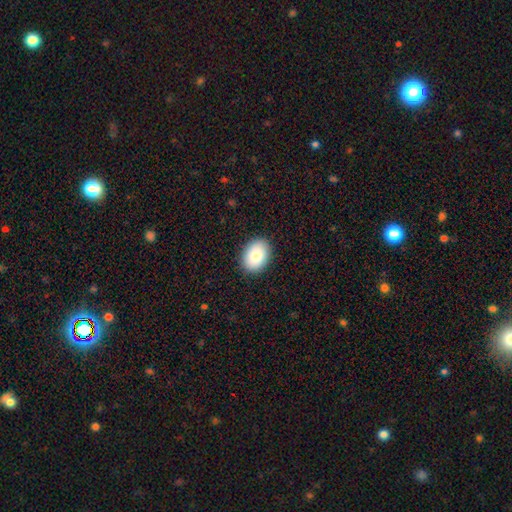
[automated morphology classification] Smooth or featured: smooth — 84% (featured or disk — 8%)
How rounded: in between — 75% (round — 24%)
Merging: none — 89% (minor disturbance — 8%)